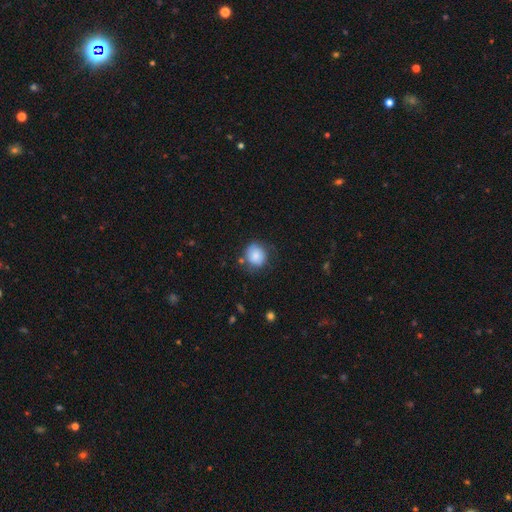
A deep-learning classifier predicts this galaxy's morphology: smooth 83%, star or artifact 9%, featured or disk 9%. Down the decision tree: how rounded — round (79%); merging — none (71%).